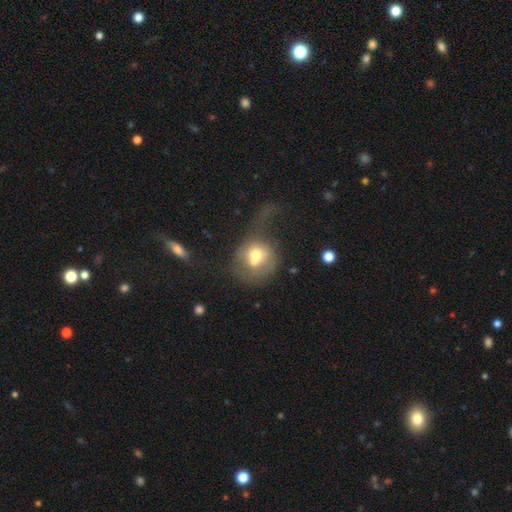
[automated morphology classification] This is possibly a smooth galaxy (55%). How rounded: likely round (69%). Merging: marginally merger (42%).